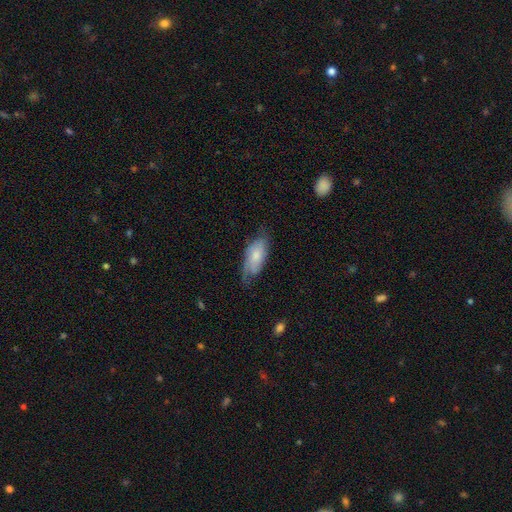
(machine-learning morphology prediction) Smooth or featured: smooth — 60% (featured or disk — 34%)
How rounded: in between — 88% (cigar-shaped — 9%)
Merging: none — 54% (minor disturbance — 32%)